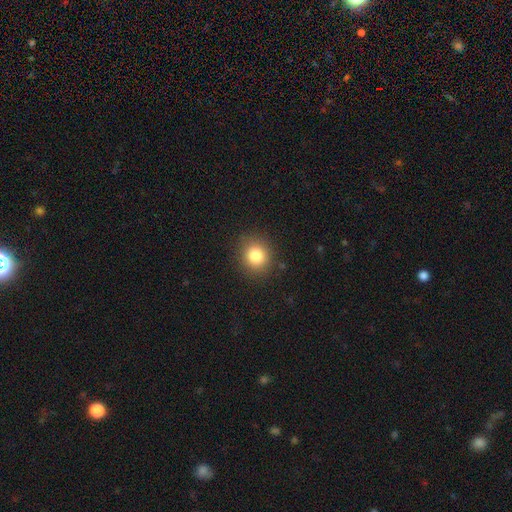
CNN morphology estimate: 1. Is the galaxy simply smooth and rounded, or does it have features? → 82% smooth, 11% star or artifact, 7% featured or disk.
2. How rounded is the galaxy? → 85% round, 14% in between, 1% cigar-shaped.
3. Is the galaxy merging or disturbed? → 88% none, 8% minor disturbance, 3% major disturbance, 1% merger.